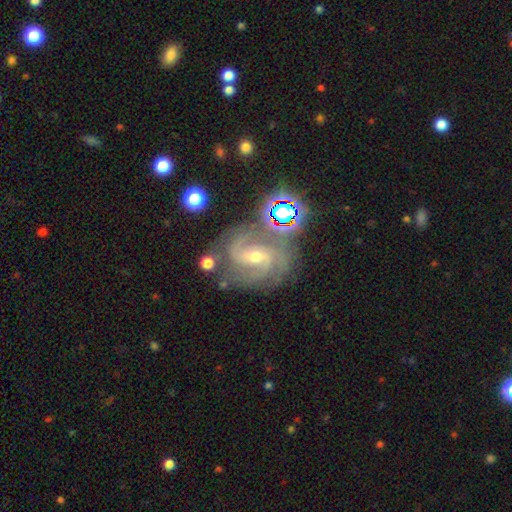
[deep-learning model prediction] The model was most divided on "spiral winding" (2-way tie): tight: 45%, medium: 45%, loose: 10%. Remaining: spiral arms — yes (97%); edge-on disk — no (97%); smooth or featured — featured or disk (84%); merging — none (69%); bulge size — small (58%); bar — weak (46%); spiral arm count — 2 (40%).